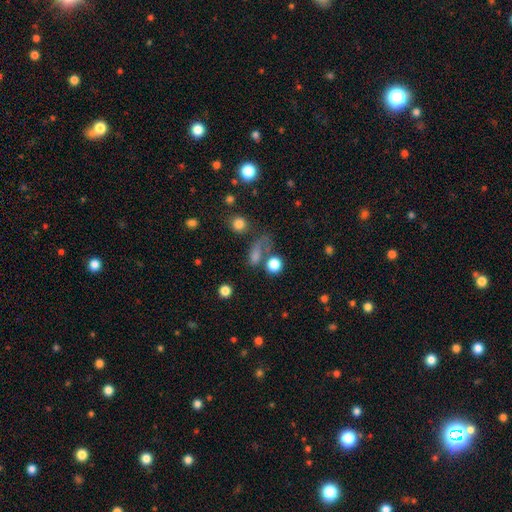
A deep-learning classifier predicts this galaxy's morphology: The model was most divided on "how rounded": in between: 51%, round: 41%, cigar-shaped: 8%. Remaining: smooth or featured — smooth (70%); merging — none (41%).